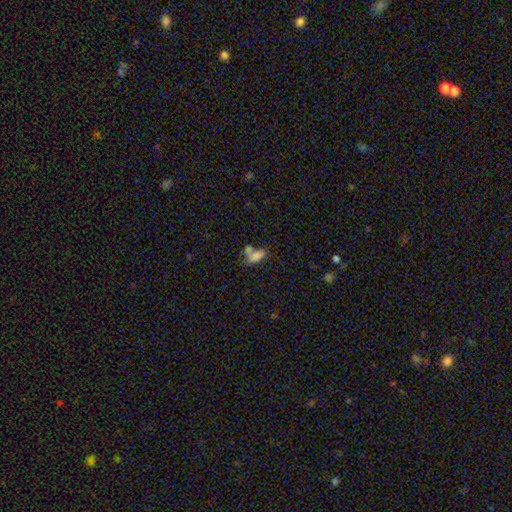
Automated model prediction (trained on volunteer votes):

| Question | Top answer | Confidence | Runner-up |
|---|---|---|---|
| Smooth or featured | smooth | 78% | featured or disk (12%) |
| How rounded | in between | 87% | cigar-shaped (8%) |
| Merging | merger | 47% | none (33%) |